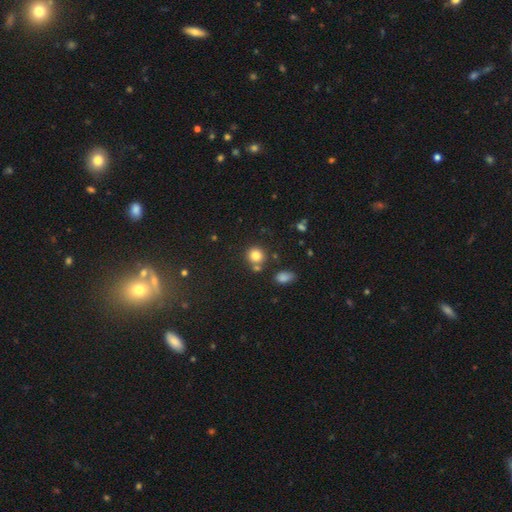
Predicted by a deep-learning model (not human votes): Q: Smooth or featured?
A: smooth (81%); runner-up: star or artifact (12%)
Q: How rounded?
A: round (87%); runner-up: in between (12%)
Q: Merging?
A: none (72%); runner-up: merger (15%)